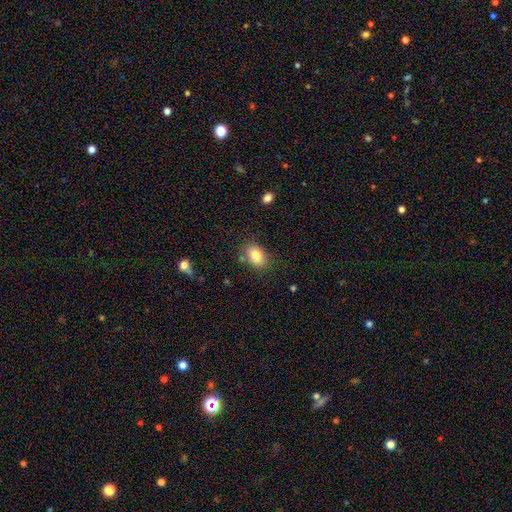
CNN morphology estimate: Overall: smooth (82%). How rounded: in between (79%). Merging: none (80%).